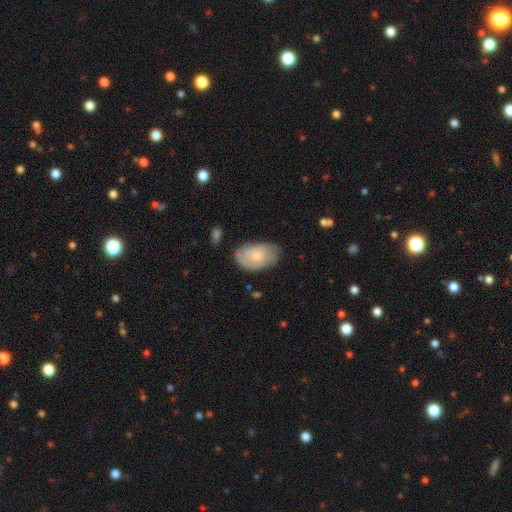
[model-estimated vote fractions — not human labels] Overall: smooth (52%; featured or disk 42%). How rounded: in between (90%). Merging: none (66%).